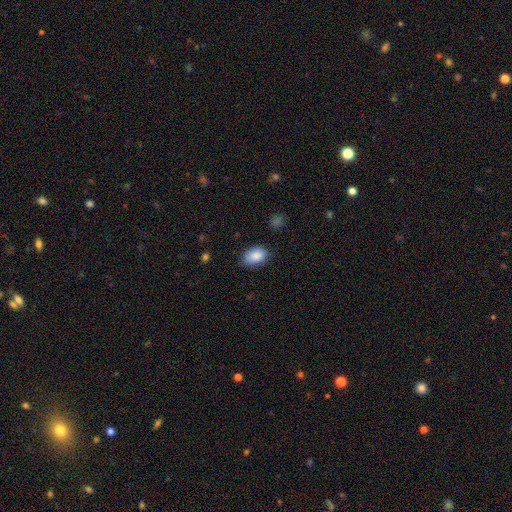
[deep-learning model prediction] This appears to be a smooth galaxy with no disk features (88%) that is in between round and cigar-shaped (89%). Merging: none (77%).